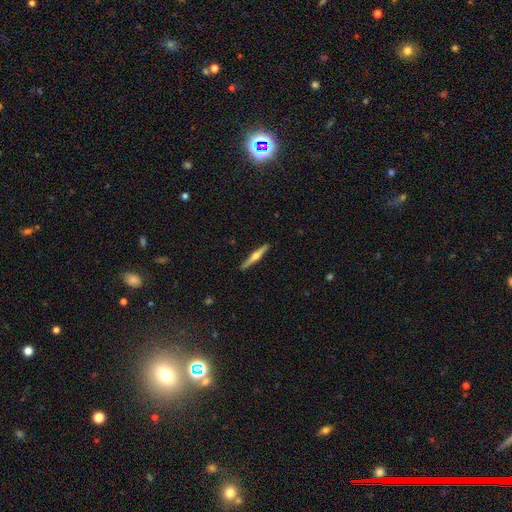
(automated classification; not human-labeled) This appears to be a featured or disk galaxy (69%) viewed edge-on (98%) with a rounded central bulge (91%). Merging: none (91%).